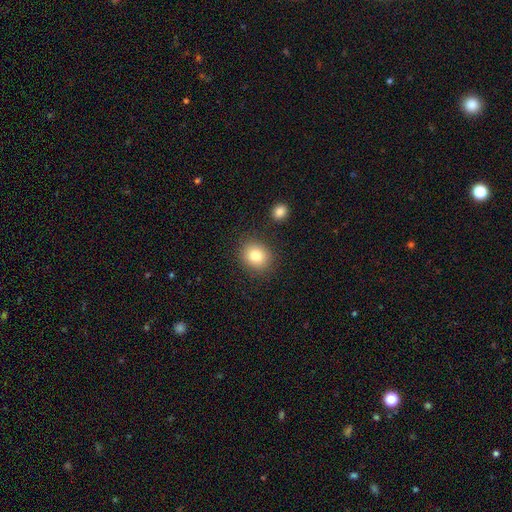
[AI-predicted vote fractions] Smooth or featured? Predicted: smooth (p=0.82). How rounded? Predicted: round (p=0.69). Merging? Predicted: none (p=0.84).